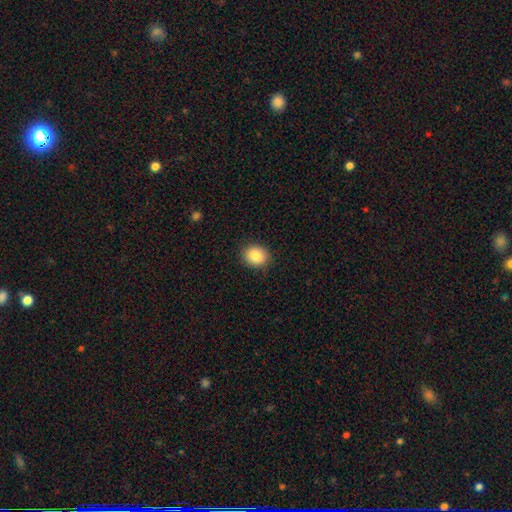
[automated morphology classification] type=smooth (86%); roundness=round (63%); merging=none (89%).